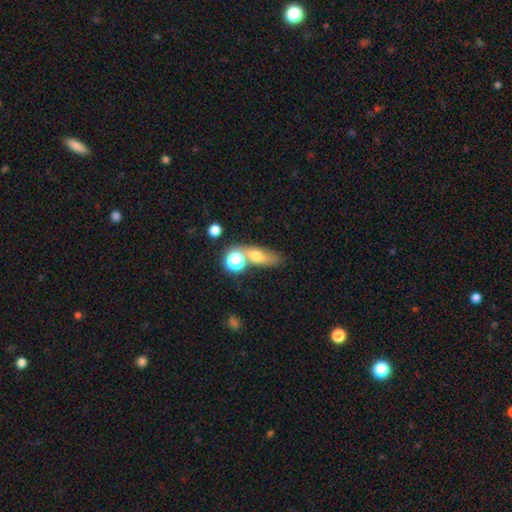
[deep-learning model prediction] smooth-or-featured: smooth: 63% | featured or disk: 21% | star or artifact: 17%
  how-rounded: in between: 51% | cigar-shaped: 25% | round: 24%
  merging: none: 51% | merger: 26% | minor disturbance: 15% | major disturbance: 8%